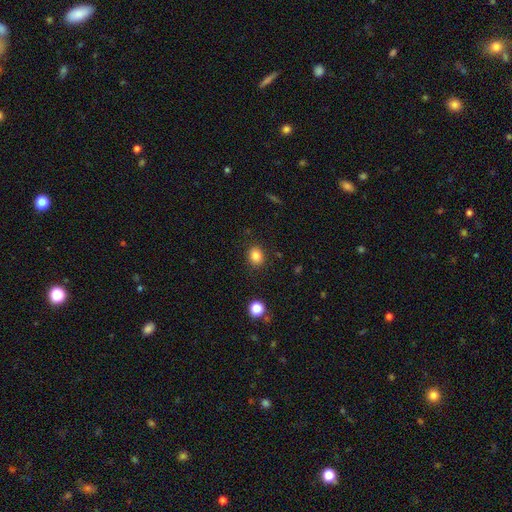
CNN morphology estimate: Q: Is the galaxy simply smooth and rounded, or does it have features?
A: smooth — 84%.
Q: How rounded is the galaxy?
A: round — 58%.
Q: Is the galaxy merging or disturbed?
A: none — 87%.